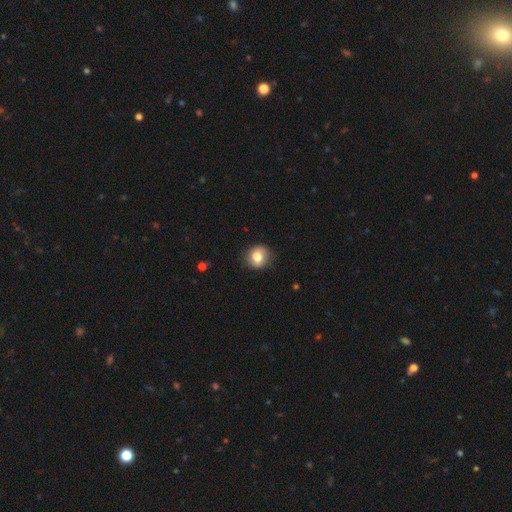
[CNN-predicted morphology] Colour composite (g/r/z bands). It shows a smooth galaxy with no disk features (71%) that is round (73%). Merging: none (81%).